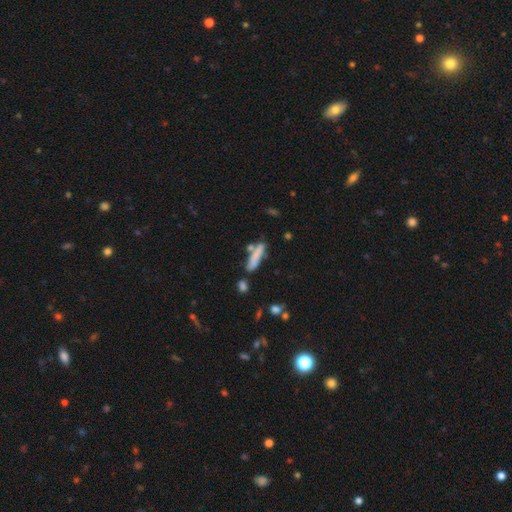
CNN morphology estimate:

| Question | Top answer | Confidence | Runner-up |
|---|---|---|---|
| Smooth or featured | smooth | 78% | featured or disk (15%) |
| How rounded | cigar-shaped | 79% | in between (19%) |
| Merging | none | 63% | minor disturbance (17%) |